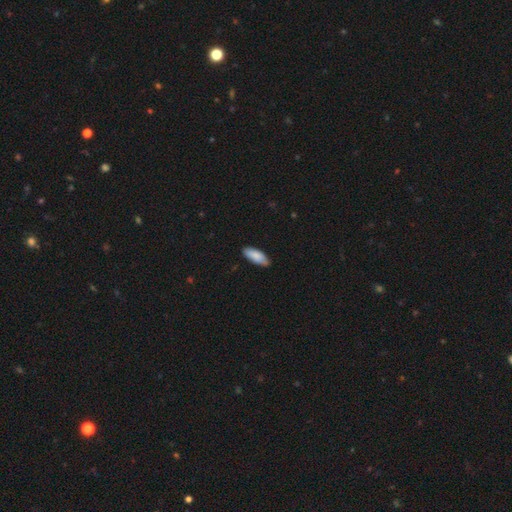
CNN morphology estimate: type=smooth (87%); roundness=in between (78%); merging=none (81%).